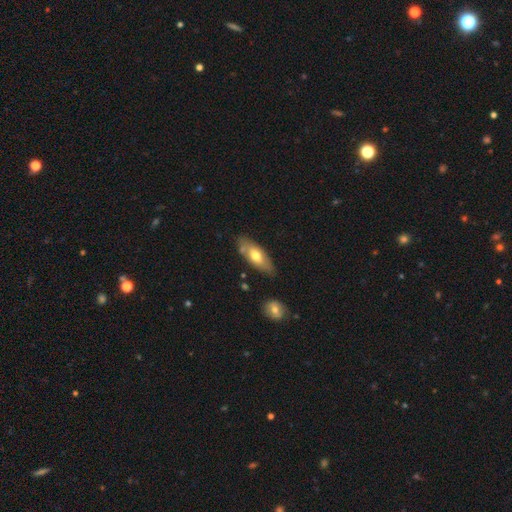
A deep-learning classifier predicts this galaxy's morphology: This is possibly a smooth galaxy (60%). How rounded: likely in between (75%). Merging: likely none (73%).